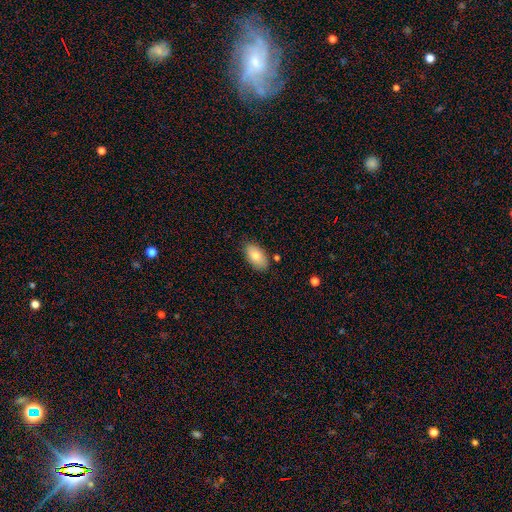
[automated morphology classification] A smooth galaxy with no disk features (81%) that is in between round and cigar-shaped (94%). Merging: none (81%).